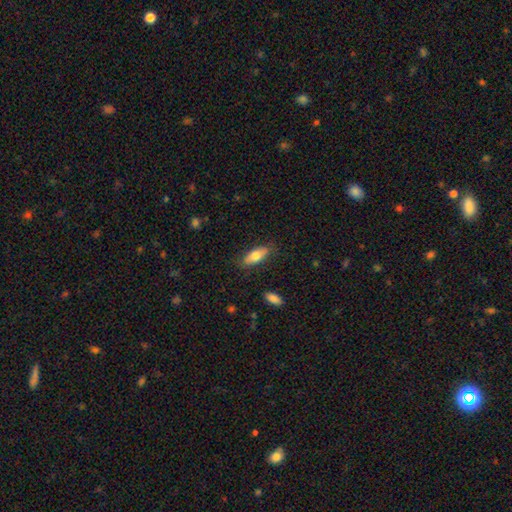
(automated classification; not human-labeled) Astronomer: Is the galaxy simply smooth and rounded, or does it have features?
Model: smooth — 74%.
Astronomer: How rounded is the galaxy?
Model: in between — 76%.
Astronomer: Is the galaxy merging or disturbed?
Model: none — 82%.